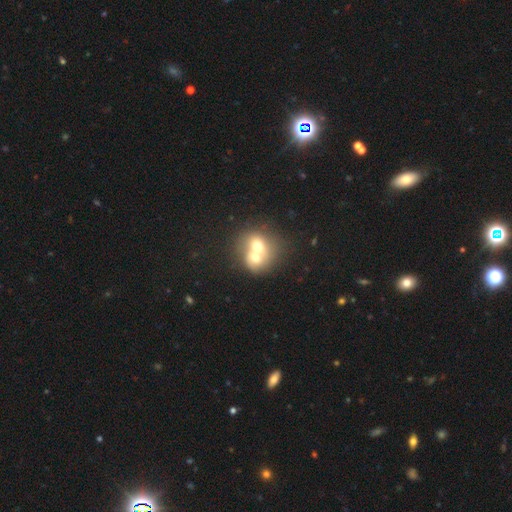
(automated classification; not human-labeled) Smooth or featured? smooth (62%)
How rounded? round (68%)
Merging? merger (74%)